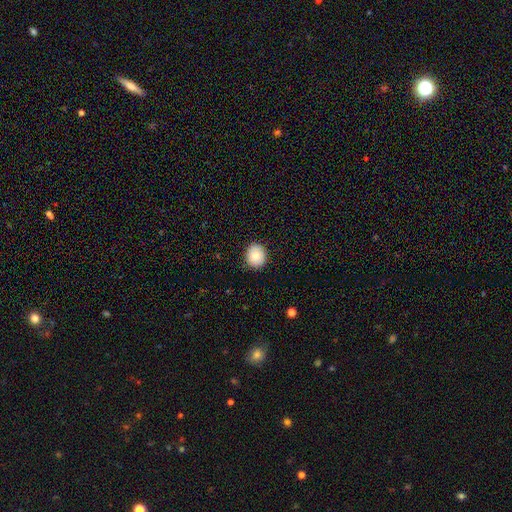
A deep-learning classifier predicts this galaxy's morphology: Smooth or featured: smooth — 83% (featured or disk — 9%)
How rounded: round — 77% (in between — 22%)
Merging: none — 87% (minor disturbance — 9%)